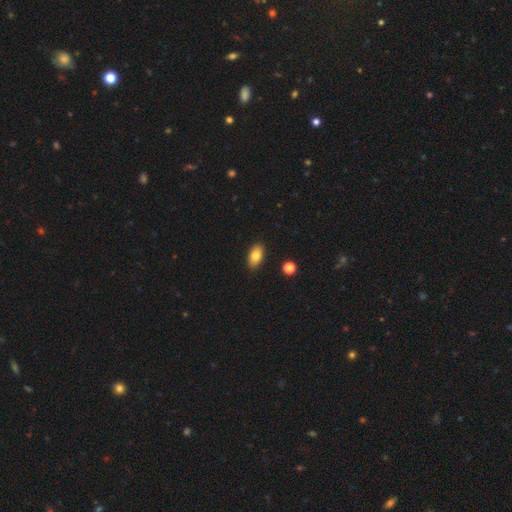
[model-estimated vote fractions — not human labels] Morphology: type=smooth (80%); roundness=in between (91%); merging=none (88%).